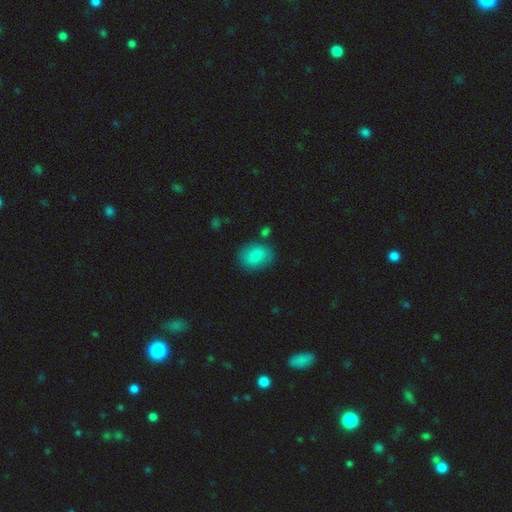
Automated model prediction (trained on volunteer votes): This appears to be a smooth galaxy with no disk features (79%) that is in between round and cigar-shaped (63%). Merging: none (78%).